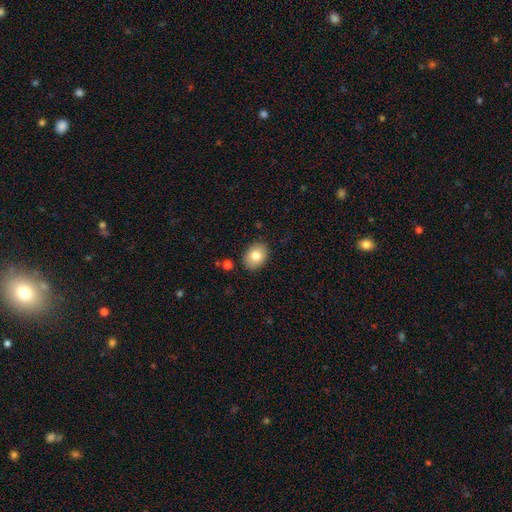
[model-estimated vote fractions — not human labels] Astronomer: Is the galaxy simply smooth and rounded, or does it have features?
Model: smooth — 81%.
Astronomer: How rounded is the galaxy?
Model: in between — 69%.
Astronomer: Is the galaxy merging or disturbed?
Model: none — 88%.